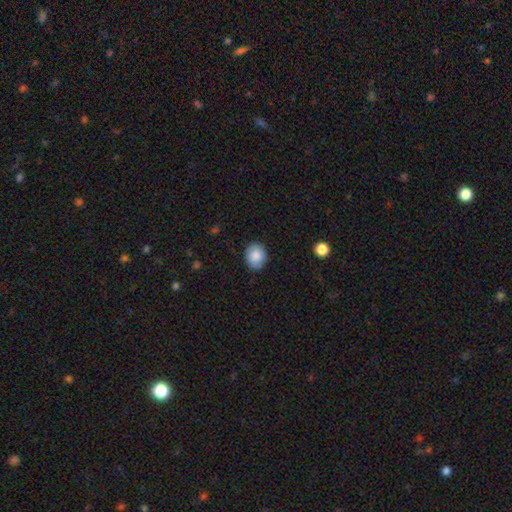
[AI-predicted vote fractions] smooth_or_featured: smooth (p=0.86) [alt: star or artifact p=0.07]
how_rounded: round (p=0.55) [alt: in between p=0.44]
merging: none (p=0.87) [alt: minor disturbance p=0.10]